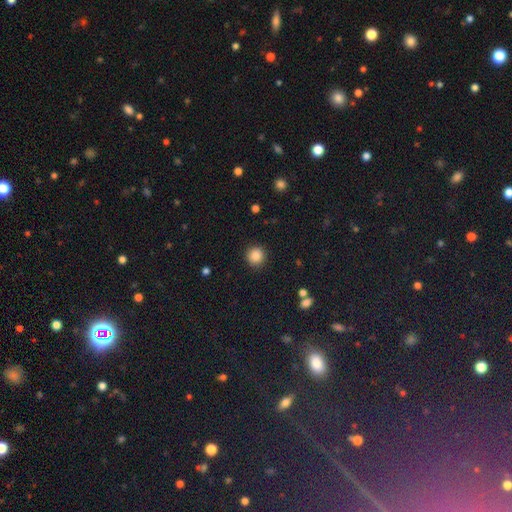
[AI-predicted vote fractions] Overall: smooth (86%). How rounded: round (93%). Merging: none (91%).